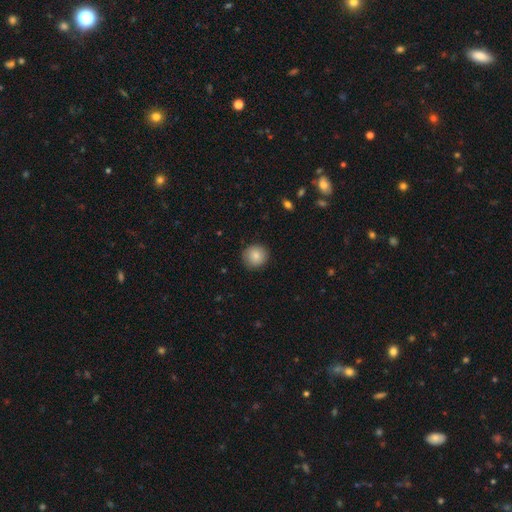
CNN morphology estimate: Smooth or featured: smooth — 85% (star or artifact — 8%)
How rounded: round — 91% (in between — 8%)
Merging: none — 89% (minor disturbance — 8%)